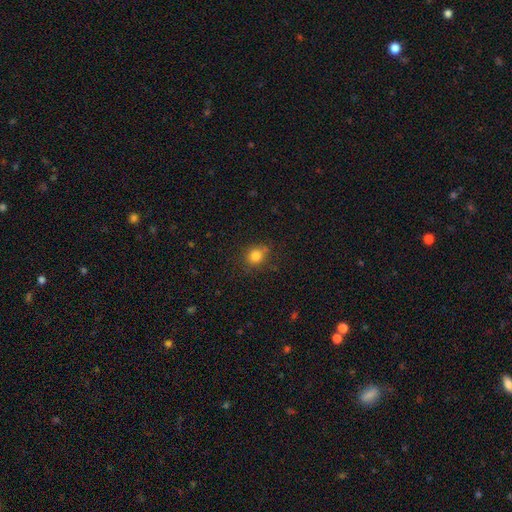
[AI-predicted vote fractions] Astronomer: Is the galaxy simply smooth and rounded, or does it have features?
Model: smooth — 81%.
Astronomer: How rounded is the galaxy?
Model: round — 74%.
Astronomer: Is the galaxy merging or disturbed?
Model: none — 75%.